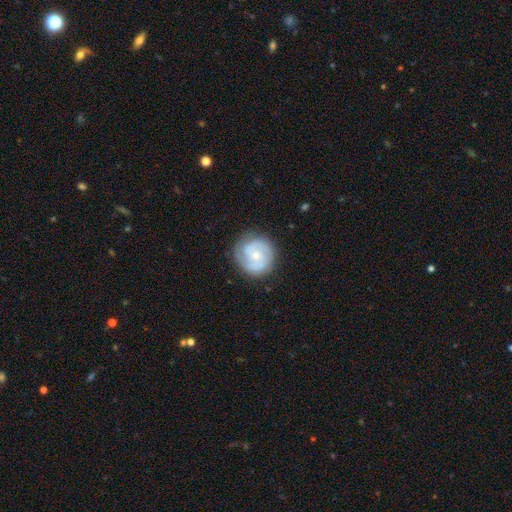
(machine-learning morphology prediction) smooth-or-featured: featured or disk: 82% | smooth: 13% | star or artifact: 5%
  disk-edge-on: no: 98% | yes: 2%
    bar: no: 63% | weak: 31% | strong: 6%
    has-spiral-arms: yes: 96% | no: 4%
      spiral-winding: tight: 56% | medium: 37% | loose: 7%
      spiral-arm-count: 2: 68% | 3: 15% | can't tell: 9% | 1: 3% | 4: 2% | more than 4: 2%
    bulge-size: small: 60% | moderate: 36% | none: 2% | large: 2% | dominant: 1%
  merging: none: 83% | minor disturbance: 12% | major disturbance: 4% | merger: 1%